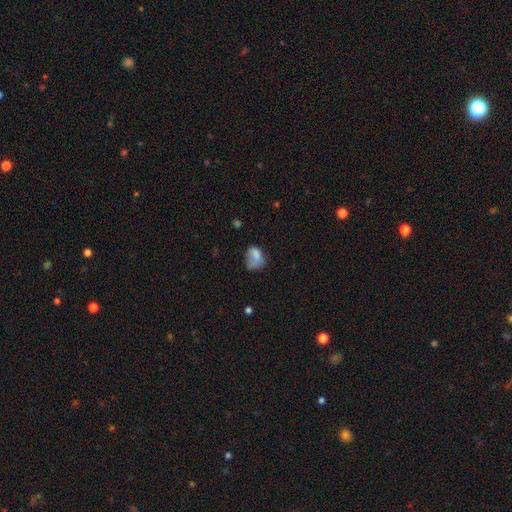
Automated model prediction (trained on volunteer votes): This appears to be a smooth galaxy with no disk features (73%) that is in between round and cigar-shaped (71%). Merging: minor disturbance (33%).